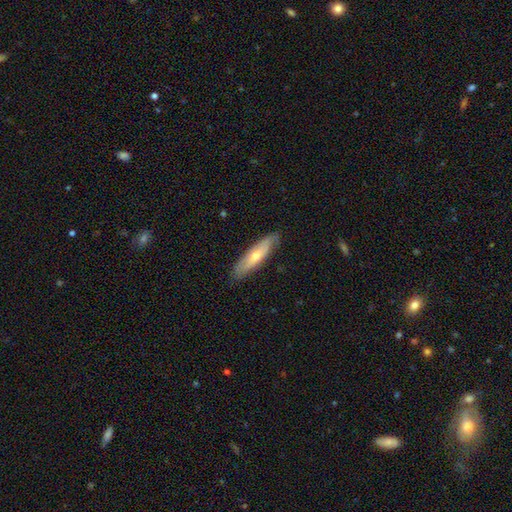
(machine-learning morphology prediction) This appears to be a smooth galaxy with no disk features (51%) that is cigar-shaped (68%). Merging: none (84%).